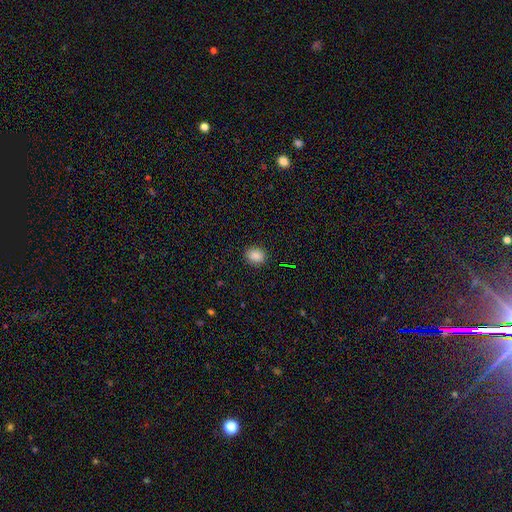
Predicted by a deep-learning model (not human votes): smooth_or_featured: smooth (p=0.85) [alt: star or artifact p=0.10]
how_rounded: round (p=0.58) [alt: in between p=0.41]
merging: none (p=0.90) [alt: minor disturbance p=0.07]